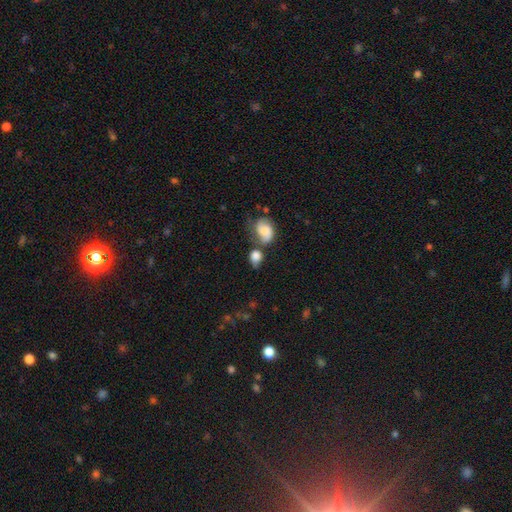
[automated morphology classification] smooth-or-featured: smooth: 70% | featured or disk: 20% | star or artifact: 10%
  how-rounded: round: 52% | in between: 46% | cigar-shaped: 2%
  merging: none: 43% | merger: 31% | minor disturbance: 18% | major disturbance: 9%